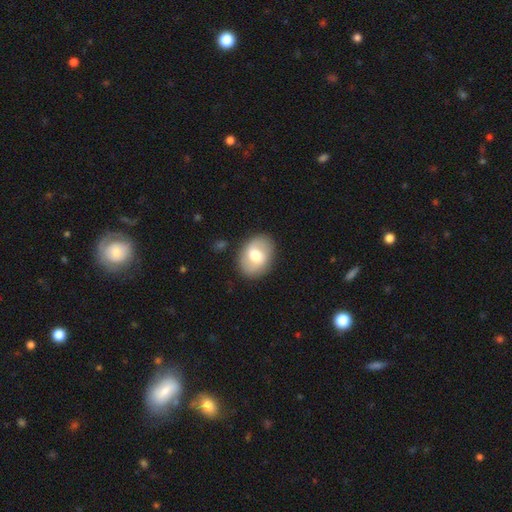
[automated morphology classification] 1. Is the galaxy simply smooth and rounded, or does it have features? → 56% smooth, 38% featured or disk, 6% star or artifact.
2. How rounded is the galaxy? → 72% in between, 27% round, 1% cigar-shaped.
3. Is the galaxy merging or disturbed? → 85% none, 10% minor disturbance, 4% major disturbance, 1% merger.